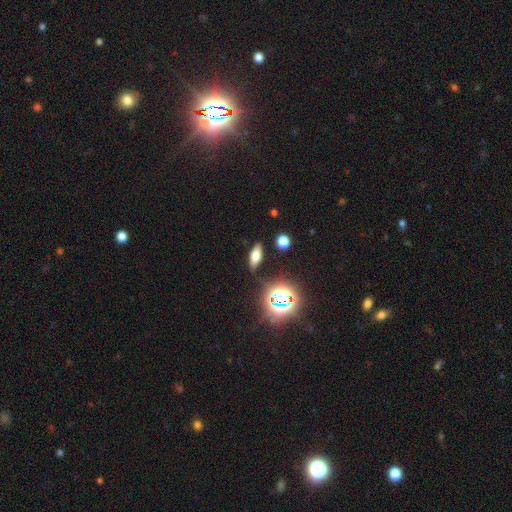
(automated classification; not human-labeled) Q: Smooth or featured?
A: smooth (56%); runner-up: featured or disk (24%)
Q: How rounded?
A: in between (62%); runner-up: cigar-shaped (31%)
Q: Merging?
A: none (85%); runner-up: minor disturbance (10%)